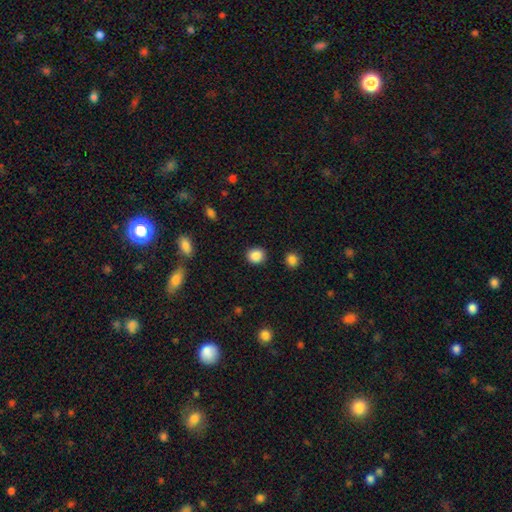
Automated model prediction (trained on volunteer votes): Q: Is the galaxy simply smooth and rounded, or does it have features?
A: smooth — 87%.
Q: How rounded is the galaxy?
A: round — 82%.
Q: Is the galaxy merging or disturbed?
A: none — 88%.